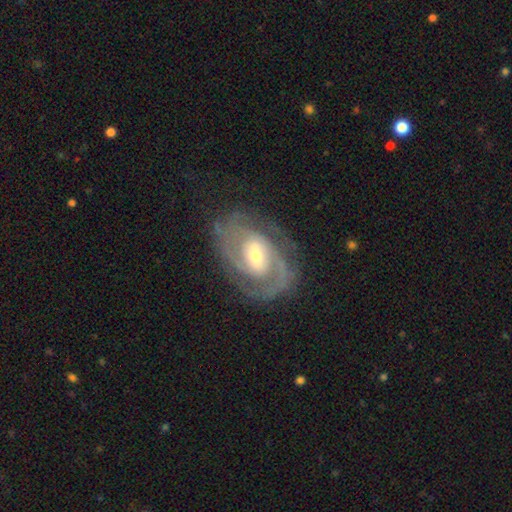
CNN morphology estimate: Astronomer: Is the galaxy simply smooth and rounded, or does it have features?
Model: featured or disk — 88%.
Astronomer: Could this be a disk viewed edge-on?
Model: no — 97%.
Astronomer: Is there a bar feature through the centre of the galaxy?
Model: weak — 51% (runner-up: no, 27%).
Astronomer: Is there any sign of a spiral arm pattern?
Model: yes — 95%.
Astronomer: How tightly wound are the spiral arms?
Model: tight — 52% (runner-up: medium, 39%).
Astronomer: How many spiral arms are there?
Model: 2 — 69%.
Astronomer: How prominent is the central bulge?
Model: moderate — 58%.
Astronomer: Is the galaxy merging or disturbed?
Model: none — 75%.